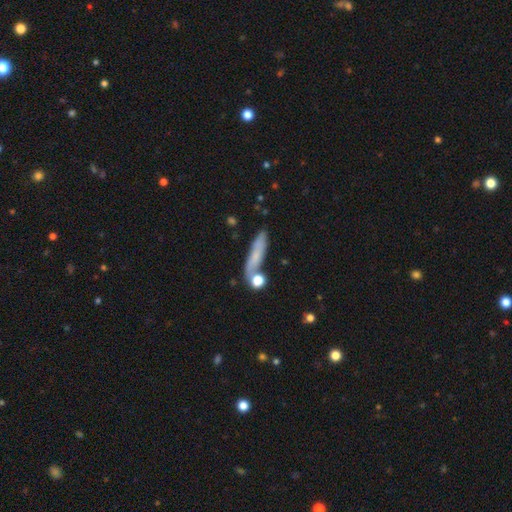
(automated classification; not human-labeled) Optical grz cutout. It shows a smooth galaxy with no disk features (61%) that is cigar-shaped (75%). Merging: none (65%).